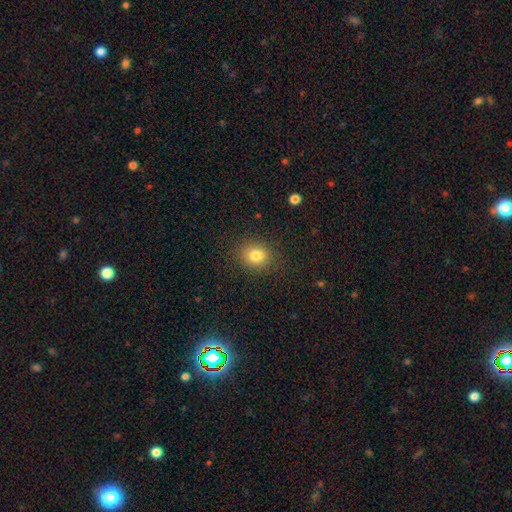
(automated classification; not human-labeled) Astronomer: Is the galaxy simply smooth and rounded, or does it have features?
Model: smooth — 78%.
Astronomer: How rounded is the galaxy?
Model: round — 67%.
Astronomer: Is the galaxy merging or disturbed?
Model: none — 82%.